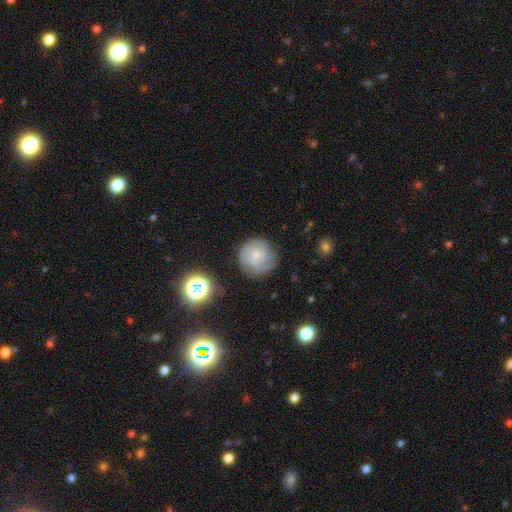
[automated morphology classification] Smooth or featured?
  - featured or disk: 58% *
  - smooth: 33%
  - star or artifact: 10%
Edge-on disk?
  - no: 98% *
  - yes: 2%
Bar?
  - no: 74% *
  - weak: 23%
  - strong: 3%
Spiral arms?
  - yes: 86% *
  - no: 14%
Bulge size?
  - small: 57% *
  - moderate: 30%
  - none: 8%
  - large: 3%
  - dominant: 1%
Merging?
  - none: 69% *
  - minor disturbance: 20%
  - major disturbance: 9%
  - merger: 2%